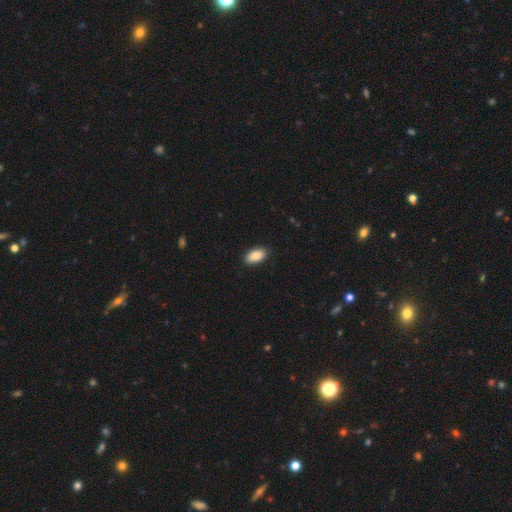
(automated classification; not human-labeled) Smooth or featured? Predicted: smooth (p=0.89). How rounded? Predicted: in between (p=0.94). Merging? Predicted: none (p=0.87).